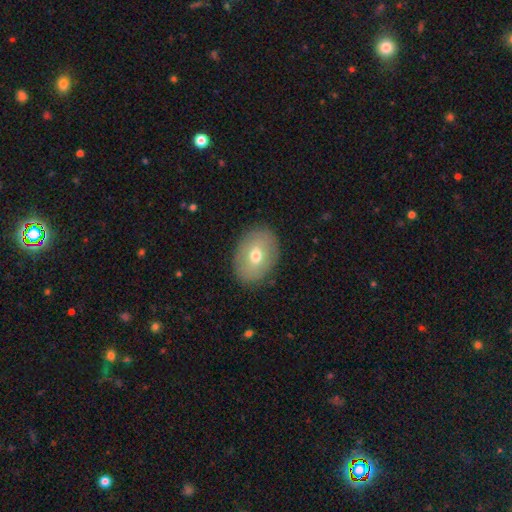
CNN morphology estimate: type=smooth (62%); roundness=in between (74%); merging=none (86%).